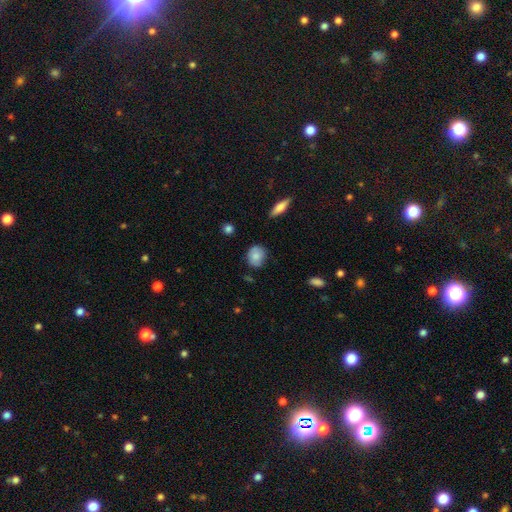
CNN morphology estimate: smooth 75%, featured or disk 18%, star or artifact 7%. Down the decision tree: how rounded — round (65%); merging — none (73%).